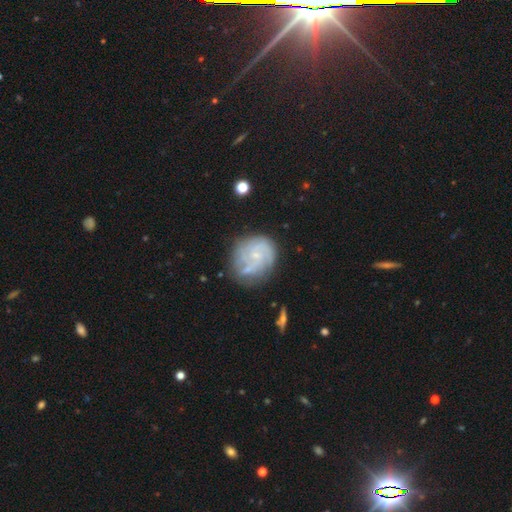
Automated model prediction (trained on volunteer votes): Overall: featured or disk (69%). Edge-on disk: no (98%). Bar: no (75%). Spiral arms: yes (80%). Spiral arm count: can't tell (40%; 3 20%). Spiral winding: tight (51%; medium 34%). Bulge size: small (76%). Merging: none (61%; minor disturbance 21%).